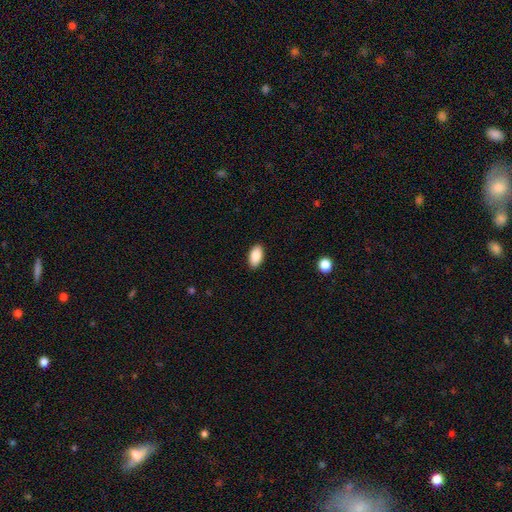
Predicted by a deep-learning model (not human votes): smooth 88%, star or artifact 7%, featured or disk 5%. Down the decision tree: how rounded — in between (95%); merging — none (90%).